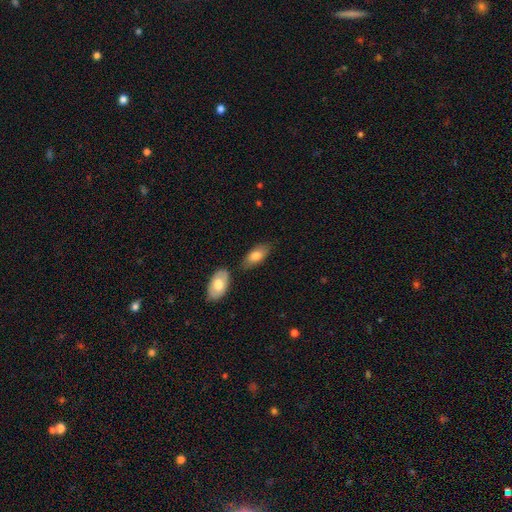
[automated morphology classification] A smooth galaxy with no disk features (75%) that is in between round and cigar-shaped (91%).

Vote fractions:
- Smooth or featured? smooth: 75% / featured or disk: 18% / star or artifact: 6%
- How rounded? in between: 91% / cigar-shaped: 6% / round: 3%
- Merging? none: 69% / minor disturbance: 15% / merger: 12% / major disturbance: 4%